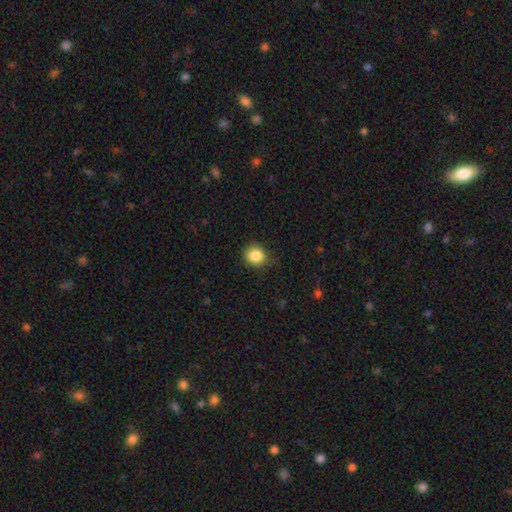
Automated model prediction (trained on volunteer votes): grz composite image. It shows a smooth galaxy with no disk features (86%) that is round (83%). Merging: none (83%).